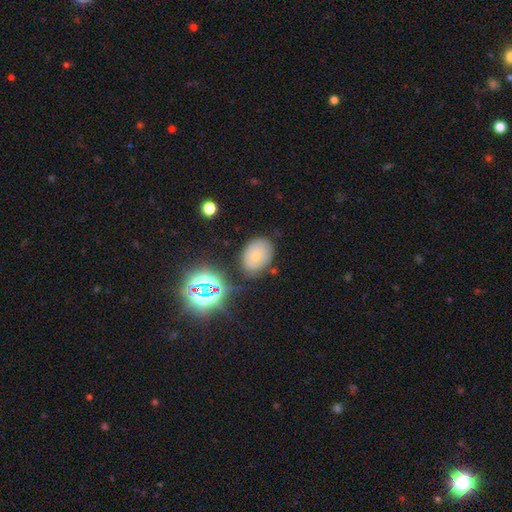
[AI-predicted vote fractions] A smooth galaxy with no disk features (57%) that is in between round and cigar-shaped (71%).

Vote fractions:
- Smooth or featured? smooth: 57% / featured or disk: 25% / star or artifact: 18%
- How rounded? in between: 71% / round: 28% / cigar-shaped: 1%
- Merging? none: 76% / minor disturbance: 17% / major disturbance: 5% / merger: 3%